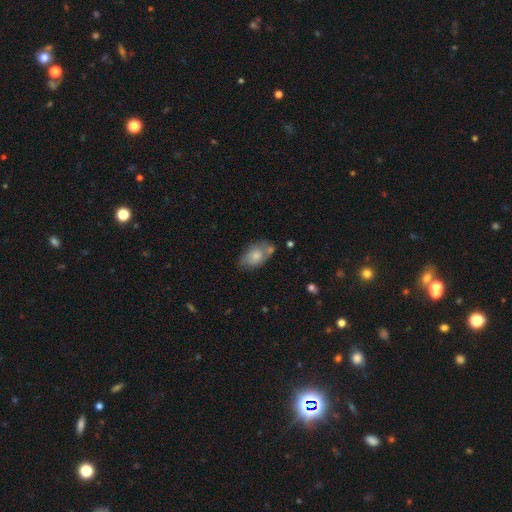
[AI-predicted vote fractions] Smooth or featured? Predicted: smooth (p=0.72). How rounded? Predicted: in between (p=0.91). Merging? Predicted: none (p=0.51).